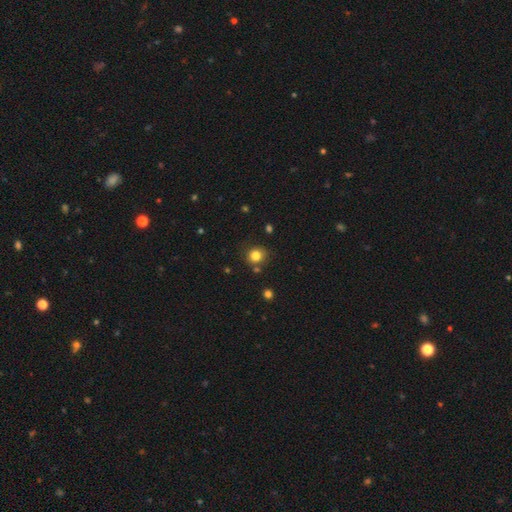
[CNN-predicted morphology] Q: Smooth or featured?
A: smooth (81%); runner-up: star or artifact (13%)
Q: How rounded?
A: round (85%); runner-up: in between (14%)
Q: Merging?
A: none (81%); runner-up: minor disturbance (11%)